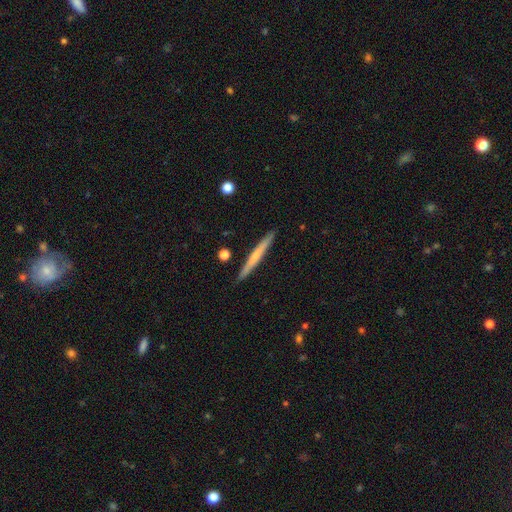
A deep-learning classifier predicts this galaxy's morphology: smooth 50%, featured or disk 45%, star or artifact 5%. Down the decision tree: merging — none (91%).